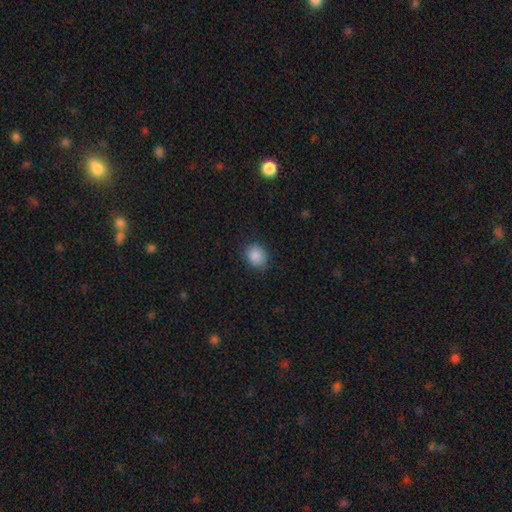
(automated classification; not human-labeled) Smooth or featured? smooth (88%)
How rounded? round (64%)
Merging? none (83%)